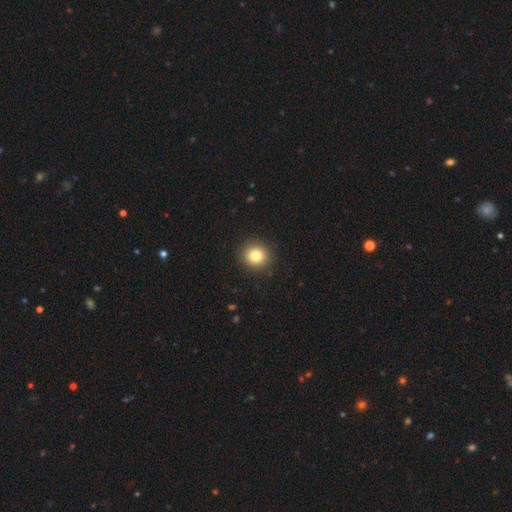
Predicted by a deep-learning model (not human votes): smooth 82%, star or artifact 11%, featured or disk 7%. Down the decision tree: how rounded — round (89%); merging — none (91%).